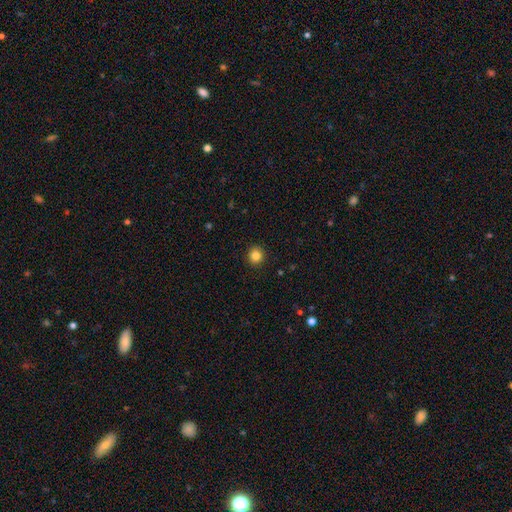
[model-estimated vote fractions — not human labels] The model was most divided on "smooth or featured": smooth: 84%, star or artifact: 11%, featured or disk: 5%. More confident: merging — none (92%); how rounded — round (92%).